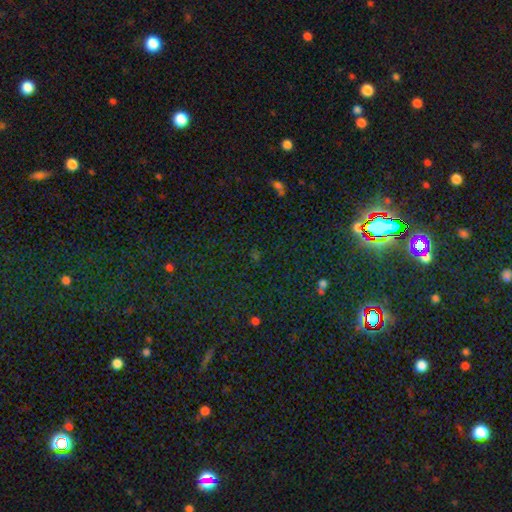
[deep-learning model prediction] A star or artifact, not a galaxy (71%).